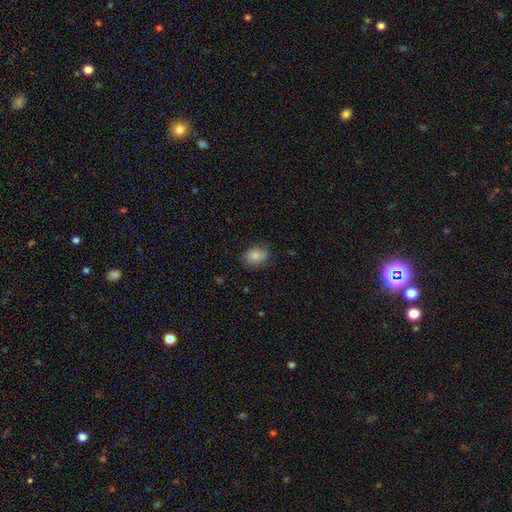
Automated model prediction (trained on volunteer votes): This appears to be a smooth galaxy with no disk features (81%) that is in between round and cigar-shaped (52%). Merging: none (77%).